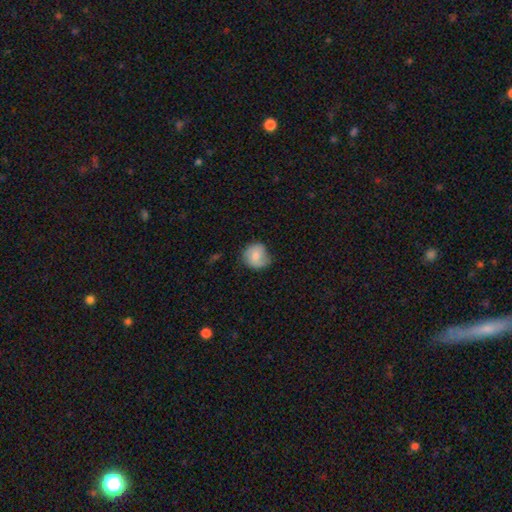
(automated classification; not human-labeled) smooth 66%, featured or disk 26%, star or artifact 7%. Down the decision tree: how rounded — round (85%); merging — none (63%).